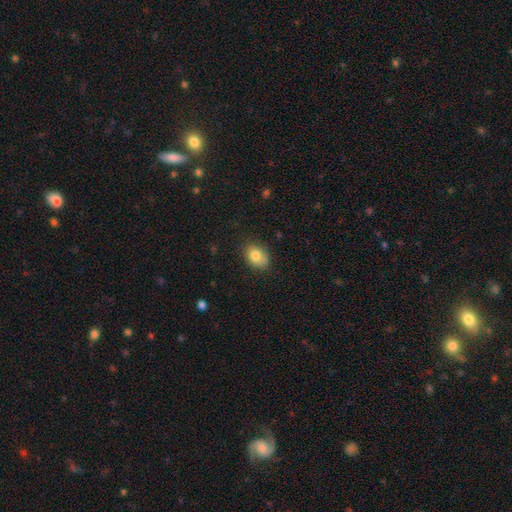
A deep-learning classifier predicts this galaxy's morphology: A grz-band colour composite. It shows a smooth galaxy with no disk features (82%) that is in between round and cigar-shaped (74%). Merging: none (74%).